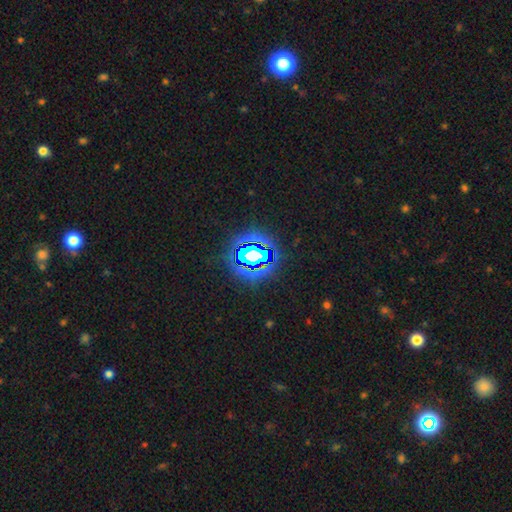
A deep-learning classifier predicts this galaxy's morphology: type=star or artifact (72%).